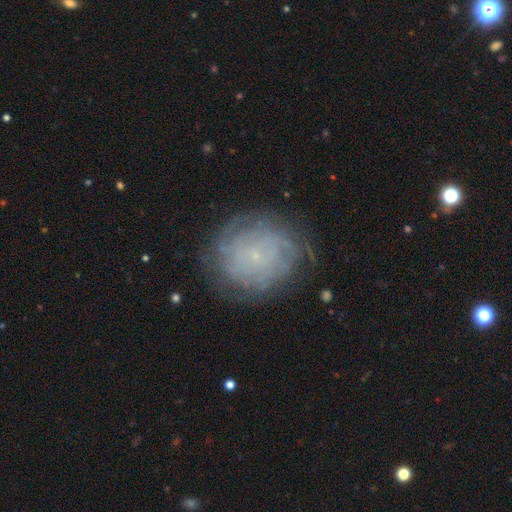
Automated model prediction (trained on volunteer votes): Smooth or featured?
  - featured or disk: 62% *
  - smooth: 27%
  - star or artifact: 11%
Edge-on disk?
  - no: 97% *
  - yes: 3%
Bar?
  - no: 84% *
  - weak: 13%
  - strong: 3%
Spiral arms?
  - yes: 81% *
  - no: 19%
Bulge size?
  - small: 85% *
  - none: 7%
  - moderate: 5%
  - large: 1%
  - dominant: 1%
Merging?
  - none: 76% *
  - minor disturbance: 16%
  - major disturbance: 7%
  - merger: 1%